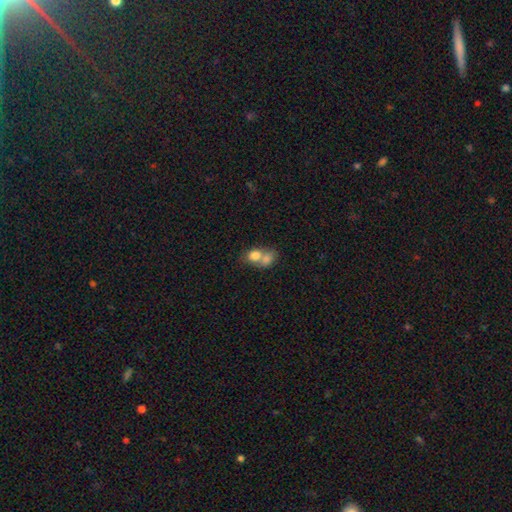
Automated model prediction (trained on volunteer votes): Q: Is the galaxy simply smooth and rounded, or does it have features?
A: smooth — 76%.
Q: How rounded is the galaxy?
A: in between — 56%.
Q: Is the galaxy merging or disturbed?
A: merger — 70%.